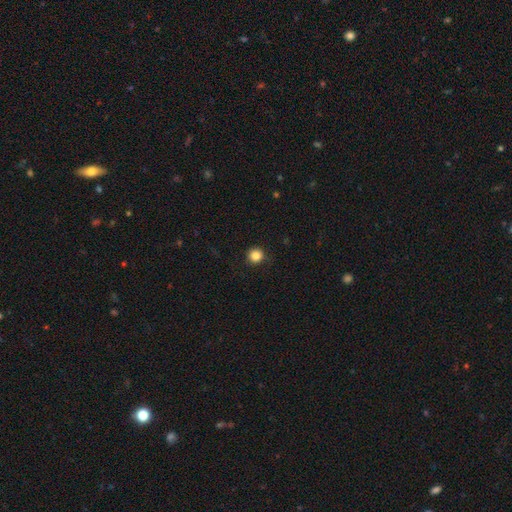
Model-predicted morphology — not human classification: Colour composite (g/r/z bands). It shows a smooth galaxy with no disk features (85%) that is round (95%). Merging: none (90%).